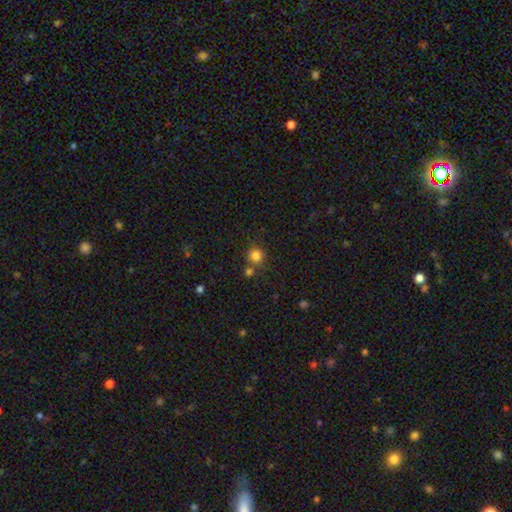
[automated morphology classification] This appears to be a smooth galaxy with no disk features (82%) that is round (91%). Merging: none (71%).